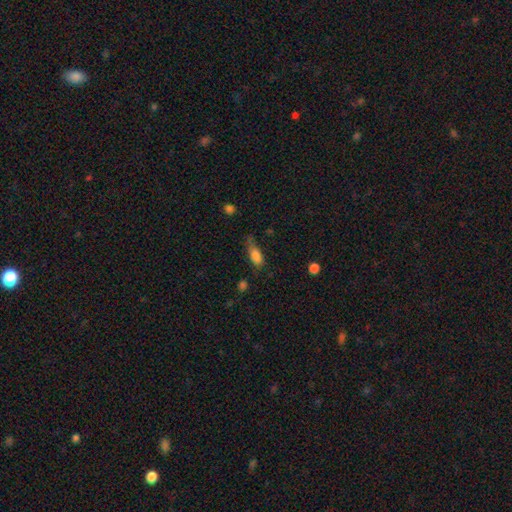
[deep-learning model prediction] A smooth galaxy with no disk features (80%) that is in between round and cigar-shaped (78%).

Vote fractions:
- Smooth or featured? smooth: 80% / featured or disk: 11% / star or artifact: 9%
- How rounded? in between: 78% / cigar-shaped: 18% / round: 4%
- Merging? none: 45% / minor disturbance: 35% / major disturbance: 16% / merger: 3%